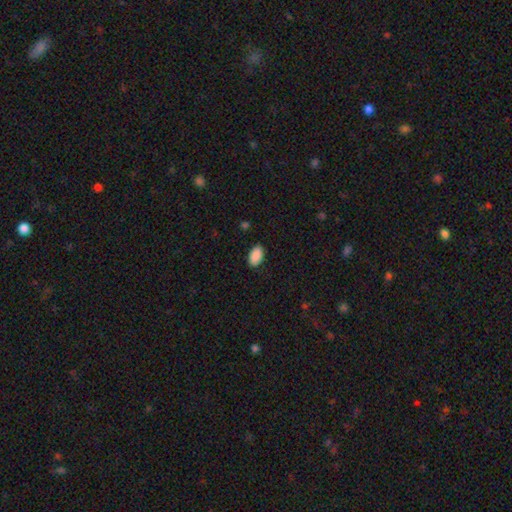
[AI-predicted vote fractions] The model was most divided on "merging": none: 88%, minor disturbance: 9%, major disturbance: 2%, merger: 1%. More confident: how rounded — in between (95%); smooth or featured — smooth (91%).